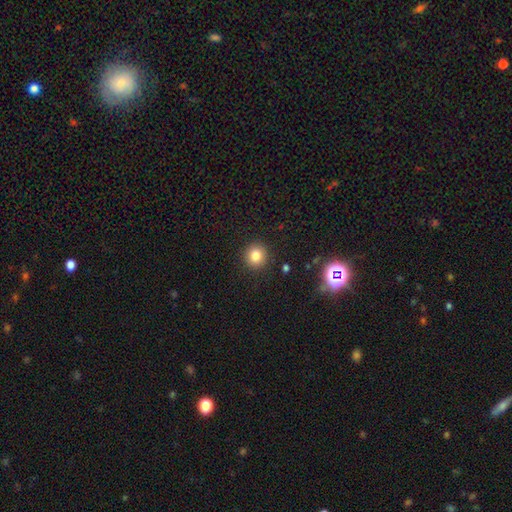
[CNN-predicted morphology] Smooth or featured? smooth (82%)
How rounded? round (92%)
Merging? none (91%)